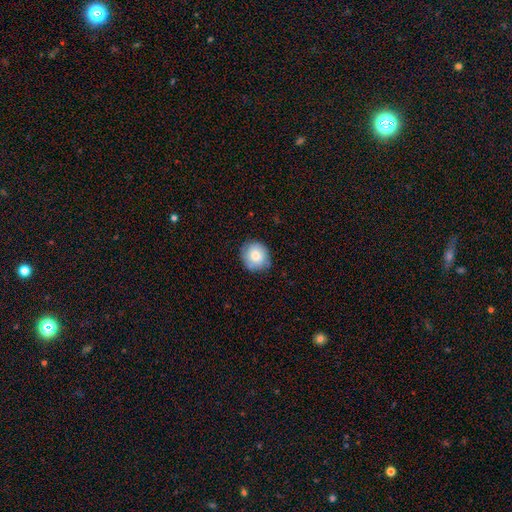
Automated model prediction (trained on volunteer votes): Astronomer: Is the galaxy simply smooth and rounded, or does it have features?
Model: smooth — 77%.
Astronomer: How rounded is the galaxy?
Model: round — 82%.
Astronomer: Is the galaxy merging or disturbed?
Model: none — 79%.